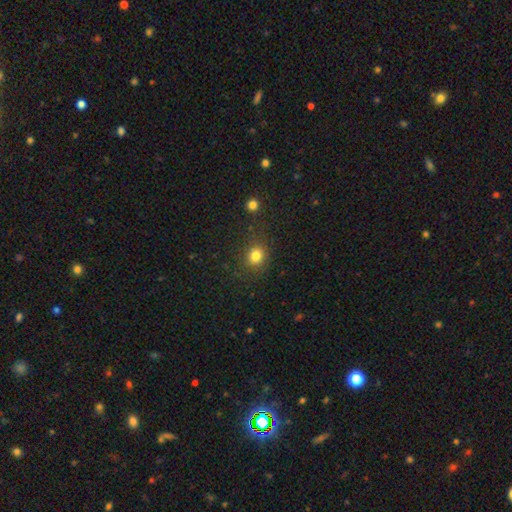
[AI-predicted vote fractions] smooth_or_featured: smooth (p=0.81) [alt: star or artifact p=0.14]
how_rounded: round (p=0.77) [alt: in between p=0.22]
merging: none (p=0.83) [alt: minor disturbance p=0.10]